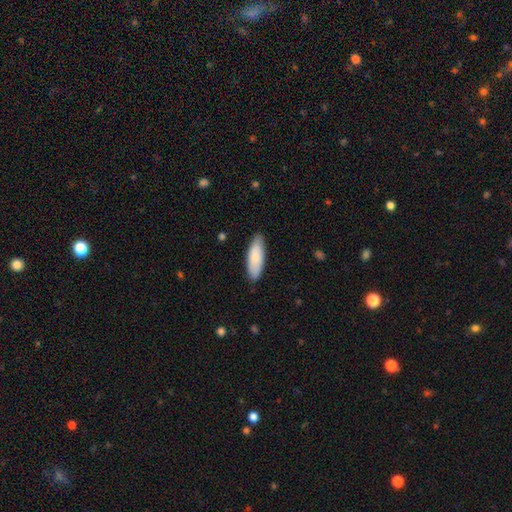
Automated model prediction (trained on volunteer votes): Smooth or featured: smooth — 82% (featured or disk — 13%)
How rounded: in between — 62% (cigar-shaped — 37%)
Merging: none — 85% (minor disturbance — 12%)